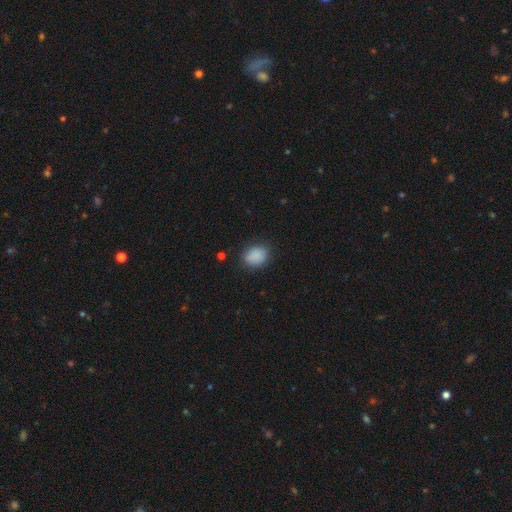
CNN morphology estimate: The model was most divided on "how rounded": in between: 54%, round: 45%, cigar-shaped: 1%. More confident: smooth or featured — smooth (87%); merging — none (82%).